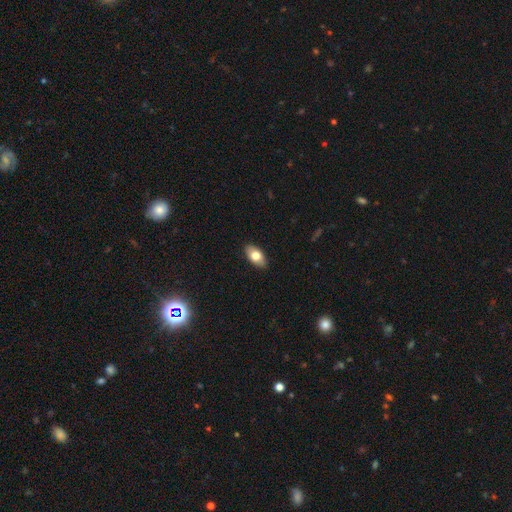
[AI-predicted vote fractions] smooth-or-featured: smooth: 76% | featured or disk: 17% | star or artifact: 7%
  how-rounded: in between: 93% | round: 4% | cigar-shaped: 3%
  merging: none: 88% | minor disturbance: 9% | major disturbance: 2% | merger: 1%